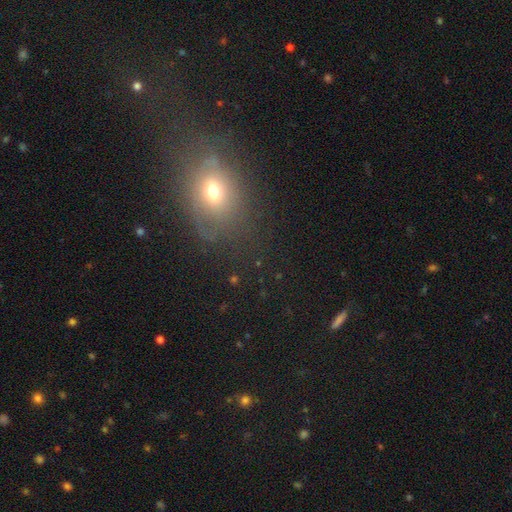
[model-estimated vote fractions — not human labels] The model was most divided on "smooth or featured": smooth: 49%, star or artifact: 36%, featured or disk: 15%. More confident: merging — none (68%).